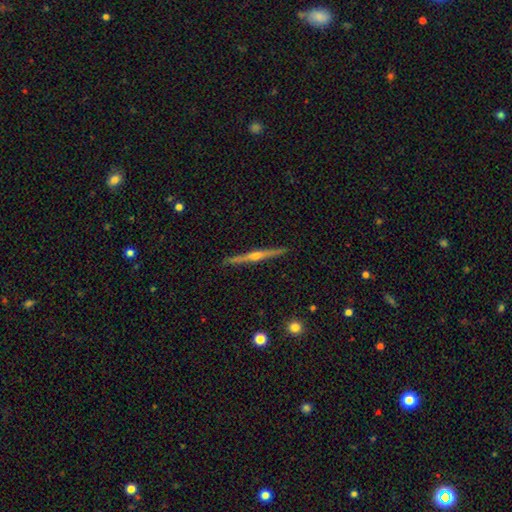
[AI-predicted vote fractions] This appears to be a featured or disk galaxy (78%) viewed edge-on (98%) with a rounded central bulge (91%). Merging: none (91%).